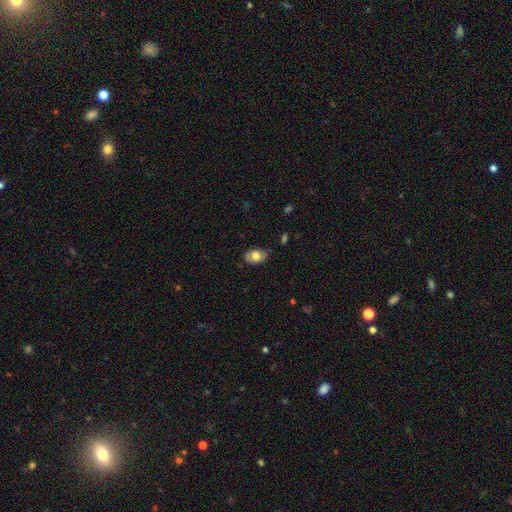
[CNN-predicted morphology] Smooth or featured? smooth (64%)
How rounded? in between (83%)
Merging? none (70%)